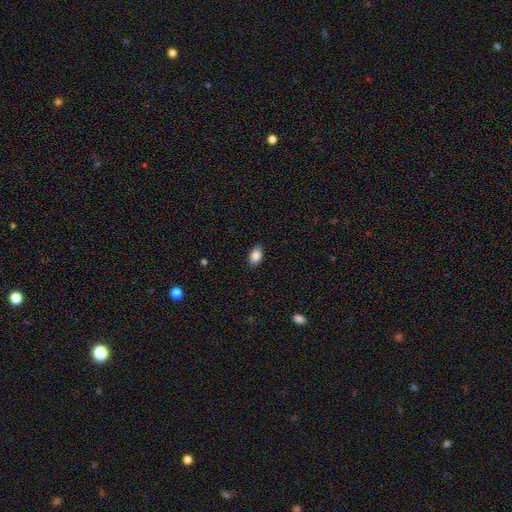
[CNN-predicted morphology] The model was most divided on "how rounded": in between: 88%, round: 11%, cigar-shaped: 2%. More confident: merging — none (88%); smooth or featured — smooth (87%).